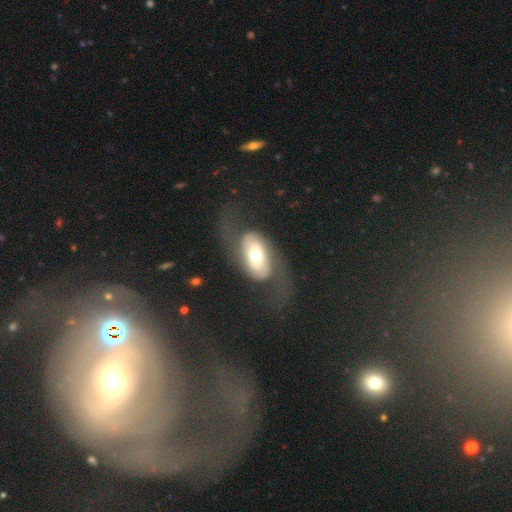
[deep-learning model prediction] A featured or disk galaxy (70%) with no bar (58%), 2 (89%) loose (53%) spiral arms (82%) and a moderate central bulge (63%).

Vote fractions:
- Smooth or featured? featured or disk: 70% / smooth: 24% / star or artifact: 6%
- Edge-on disk? no: 92% / yes: 8%
- Bar? no: 58% / weak: 24% / strong: 18%
- Spiral arms? yes: 82% / no: 18%
- Spiral winding? loose: 53% / medium: 34% / tight: 13%
- Spiral arm count? 2: 89% / can't tell: 5% / 1: 3% / 3: 1% / 4: 1% / more than 4: 1%
- Bulge size? moderate: 63% / large: 16% / small: 16% / dominant: 4% / none: 1%
- Merging? none: 61% / major disturbance: 23% / minor disturbance: 15% / merger: 2%